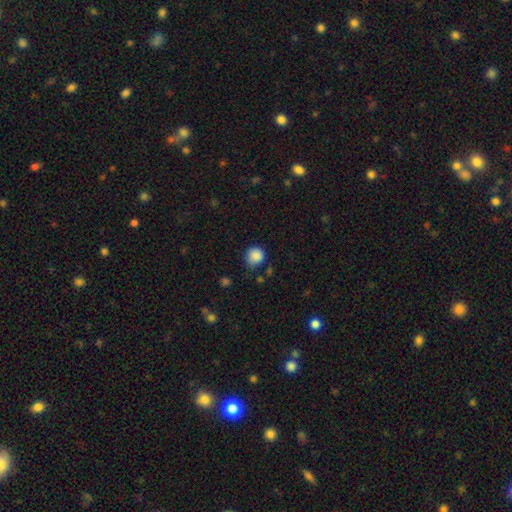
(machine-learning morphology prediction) This appears to be a smooth galaxy with no disk features (87%) that is round (84%). Merging: none (66%).